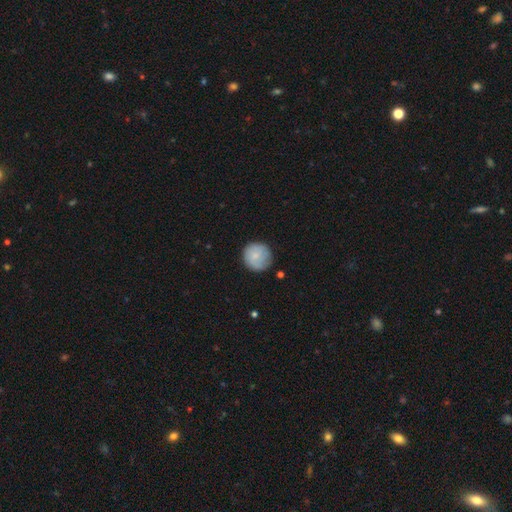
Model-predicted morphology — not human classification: Smooth or featured? smooth (69%)
How rounded? round (93%)
Merging? none (78%)